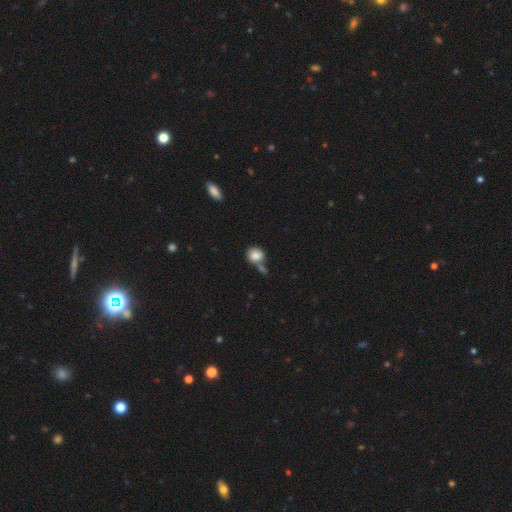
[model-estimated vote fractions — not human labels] Q: Smooth or featured?
A: smooth (84%); runner-up: star or artifact (8%)
Q: How rounded?
A: round (73%); runner-up: in between (25%)
Q: Merging?
A: none (45%); runner-up: merger (34%)